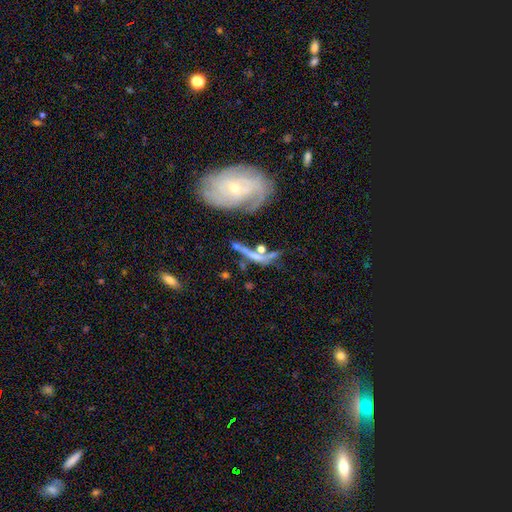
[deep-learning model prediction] smooth-or-featured: featured or disk: 54% | smooth: 34% | star or artifact: 11%
  disk-edge-on: no: 52% | yes: 48%
  merging: none: 36% | merger: 29% | minor disturbance: 18% | major disturbance: 16%